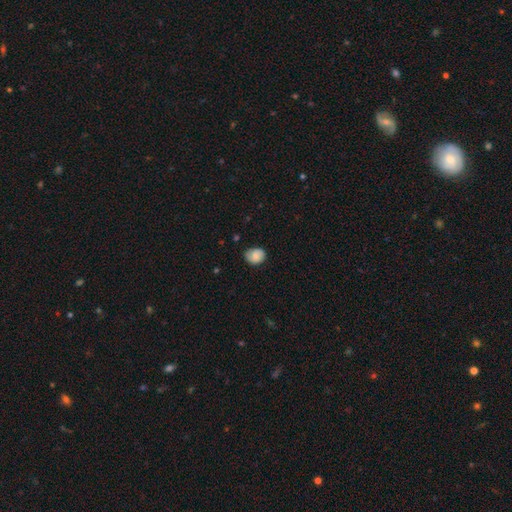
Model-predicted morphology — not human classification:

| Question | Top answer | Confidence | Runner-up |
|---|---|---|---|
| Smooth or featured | smooth | 71% | featured or disk (20%) |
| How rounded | round | 50% | in between (49%) |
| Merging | none | 67% | minor disturbance (26%) |